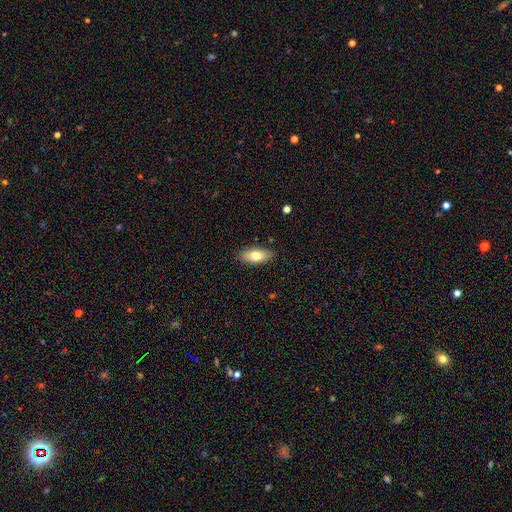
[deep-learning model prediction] A smooth galaxy with no disk features (75%) that is in between round and cigar-shaped (88%). Merging: none (87%).